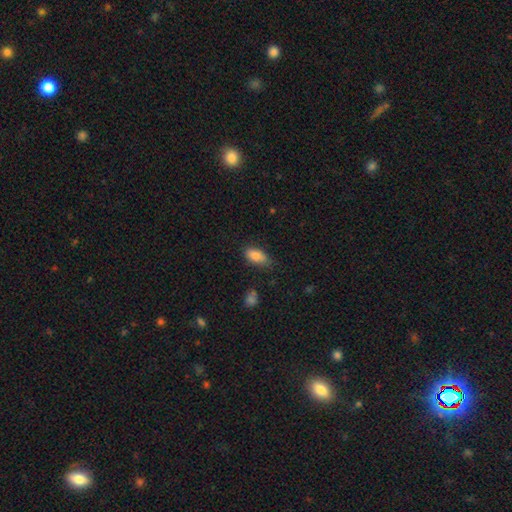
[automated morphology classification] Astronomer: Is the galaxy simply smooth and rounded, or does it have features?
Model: smooth — 84%.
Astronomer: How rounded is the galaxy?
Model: in between — 87%.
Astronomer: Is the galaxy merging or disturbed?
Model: none — 71%.